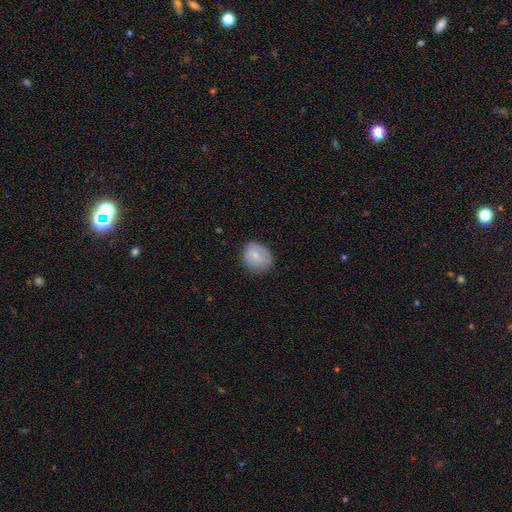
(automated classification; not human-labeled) smooth_or_featured: smooth (p=0.71) [alt: featured or disk p=0.22]
how_rounded: round (p=0.67) [alt: in between p=0.32]
merging: none (p=0.76) [alt: minor disturbance p=0.18]